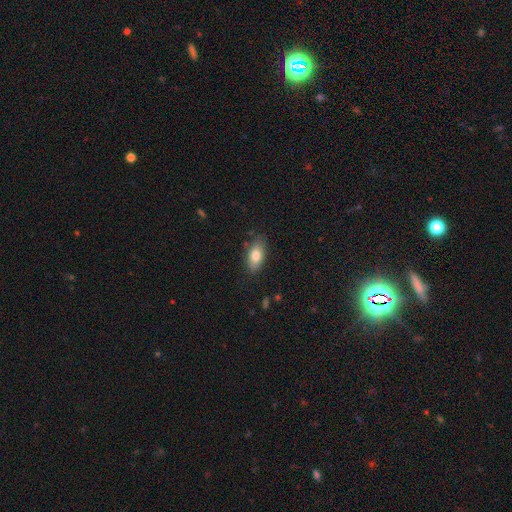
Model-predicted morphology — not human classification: The model was most divided on "merging": none: 79%, minor disturbance: 16%, major disturbance: 3%, merger: 2%. More confident: how rounded — in between (90%); smooth or featured — smooth (79%).